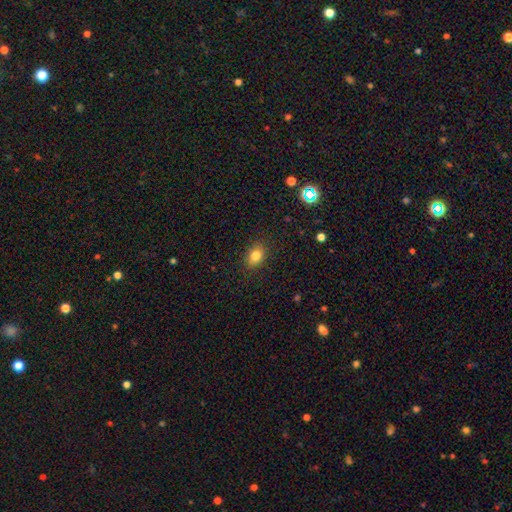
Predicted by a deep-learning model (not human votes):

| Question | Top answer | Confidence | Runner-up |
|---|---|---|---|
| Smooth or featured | smooth | 82% | star or artifact (11%) |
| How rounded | in between | 68% | round (30%) |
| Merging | none | 87% | minor disturbance (10%) |